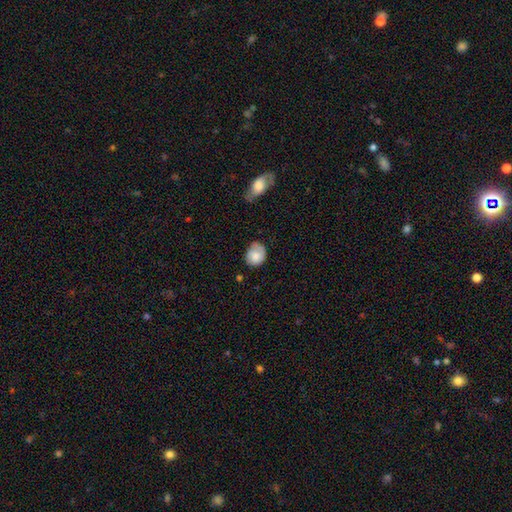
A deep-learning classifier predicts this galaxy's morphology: smooth-or-featured: smooth: 76% | featured or disk: 17% | star or artifact: 7%
  how-rounded: round: 57% | in between: 42% | cigar-shaped: 1%
  merging: none: 53% | minor disturbance: 36% | major disturbance: 9% | merger: 2%